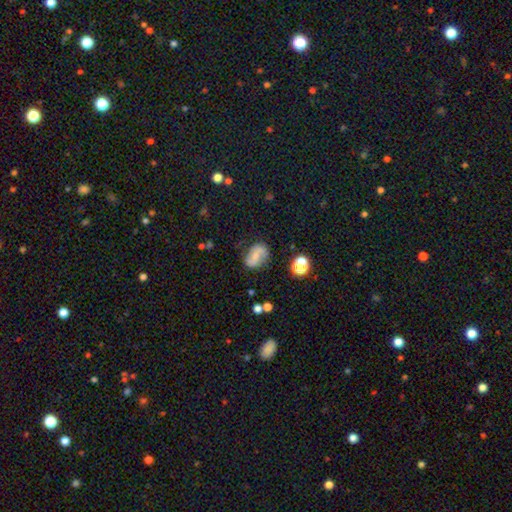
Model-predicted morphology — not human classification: Overall: featured or disk (49%; smooth 40%). Merging: none (69%).